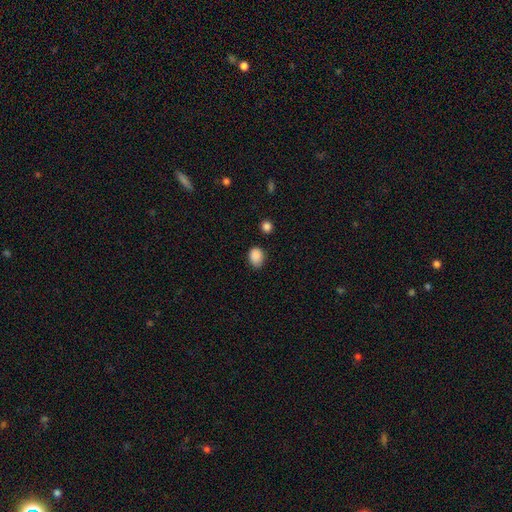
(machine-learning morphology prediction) The model was most divided on "how rounded": in between: 68%, round: 31%, cigar-shaped: 1%. More confident: smooth or featured — smooth (88%); merging — none (74%).